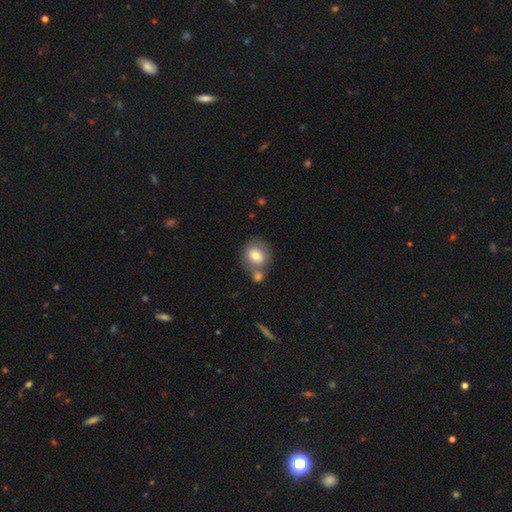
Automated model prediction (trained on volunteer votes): Smooth or featured? smooth (75%)
How rounded? round (68%)
Merging? none (47%)